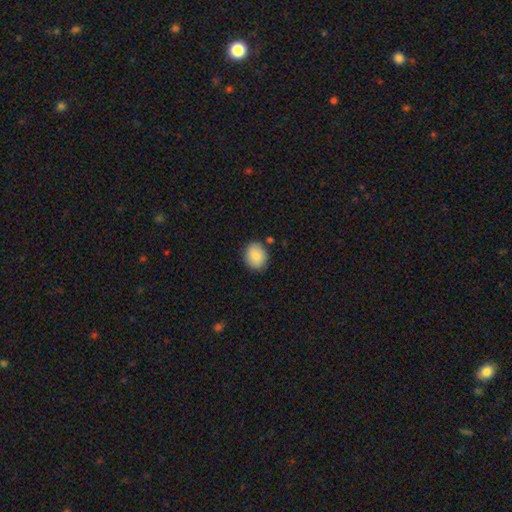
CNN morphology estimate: Smooth or featured: smooth — 87% (star or artifact — 7%)
How rounded: round — 61% (in between — 38%)
Merging: none — 84% (minor disturbance — 11%)